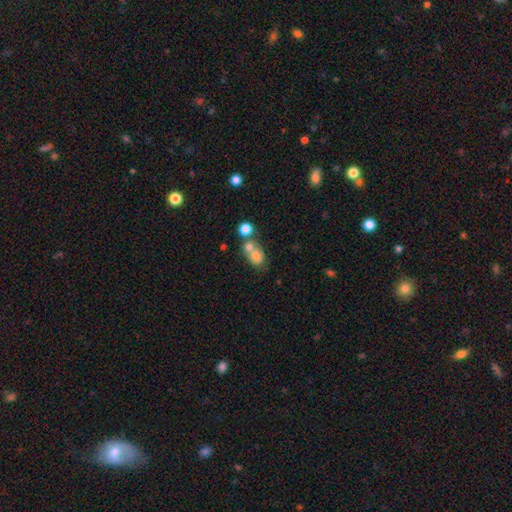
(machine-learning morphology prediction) Smooth or featured: smooth — 74% (featured or disk — 14%)
How rounded: round — 51% (in between — 48%)
Merging: merger — 49% (none — 35%)